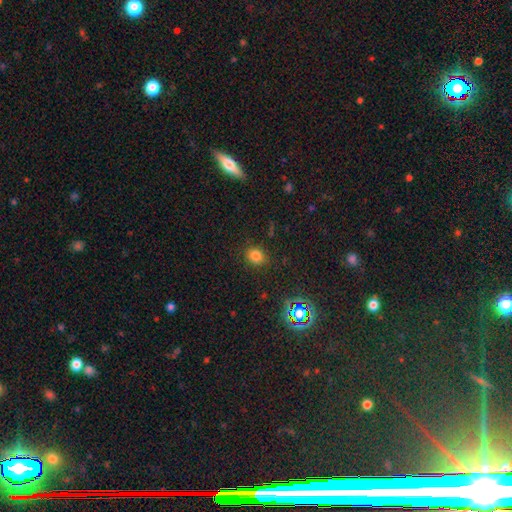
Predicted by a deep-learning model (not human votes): A smooth galaxy with no disk features (78%) that is round (73%).

Vote fractions:
- Smooth or featured? smooth: 78% / star or artifact: 17% / featured or disk: 6%
- How rounded? round: 73% / in between: 26% / cigar-shaped: 1%
- Merging? none: 86% / minor disturbance: 10% / major disturbance: 3% / merger: 1%